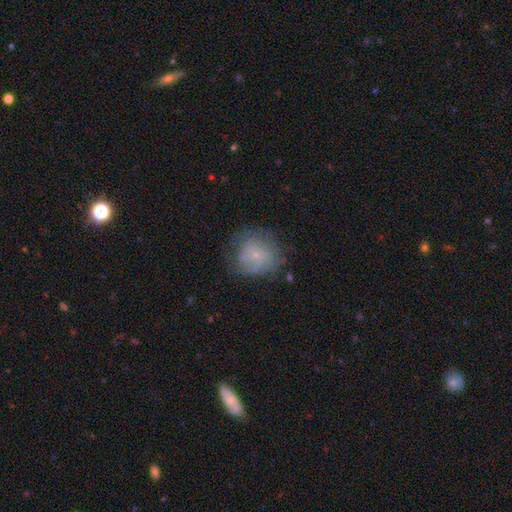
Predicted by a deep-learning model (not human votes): Smooth or featured?
  - smooth: 49% *
  - featured or disk: 40%
  - star or artifact: 11%
Merging?
  - none: 58% *
  - minor disturbance: 25%
  - major disturbance: 15%
  - merger: 2%